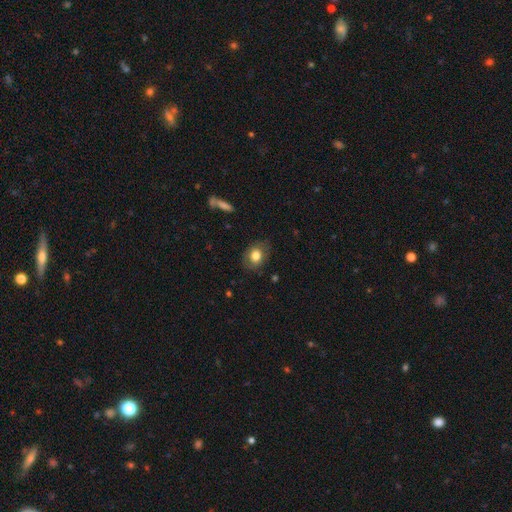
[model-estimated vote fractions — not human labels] Smooth or featured? smooth (78%)
How rounded? in between (57%)
Merging? none (80%)